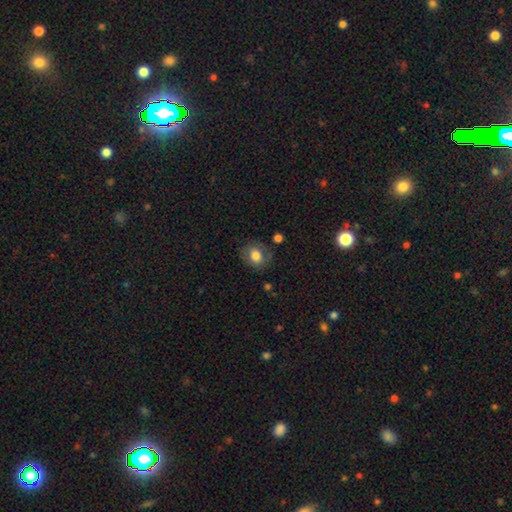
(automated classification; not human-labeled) Smooth or featured? smooth (72%)
How rounded? round (66%)
Merging? none (75%)